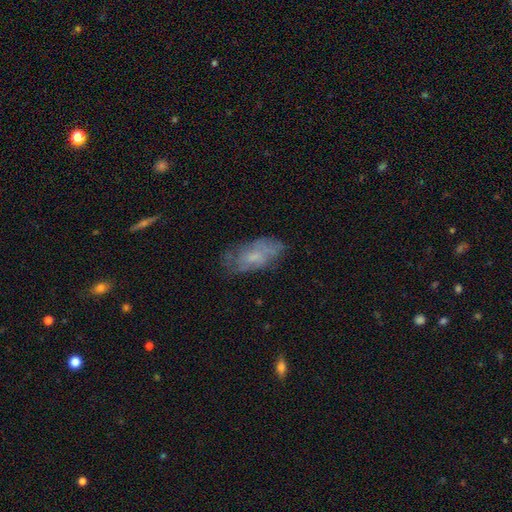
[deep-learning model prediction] Smooth or featured?
  - smooth: 50% *
  - featured or disk: 42%
  - star or artifact: 8%
Merging?
  - none: 62% *
  - minor disturbance: 26%
  - major disturbance: 10%
  - merger: 2%